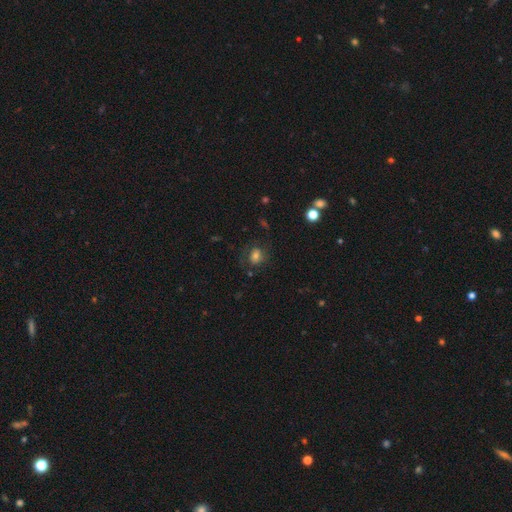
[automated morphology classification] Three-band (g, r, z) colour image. It shows a smooth galaxy with no disk features (65%) that is round (61%). Merging: none (67%).